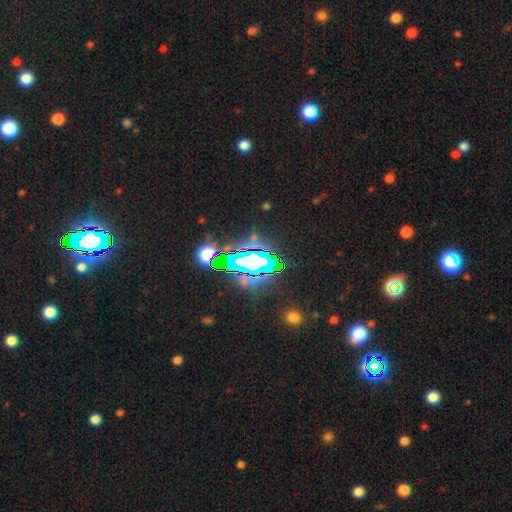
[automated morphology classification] Overall: star or artifact (67%).